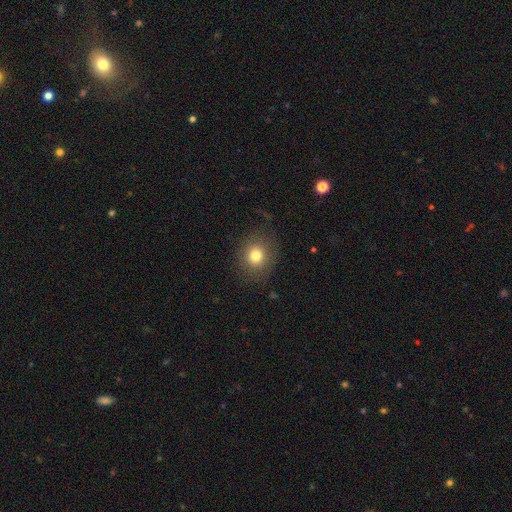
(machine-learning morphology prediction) This is likely a smooth galaxy (78%). How rounded: likely round (77%). Merging: clearly none (82%).